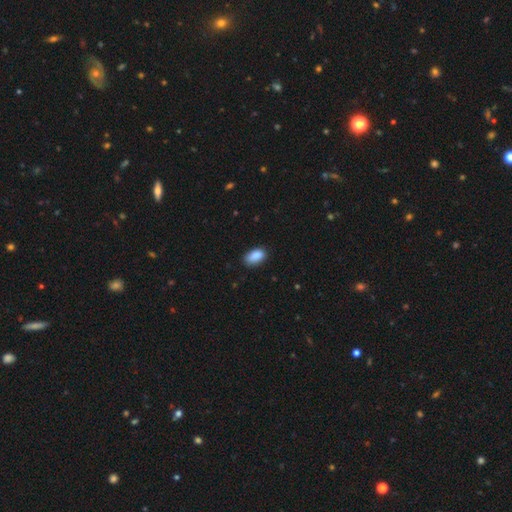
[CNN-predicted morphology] type=smooth (89%); roundness=in between (93%); merging=none (80%).